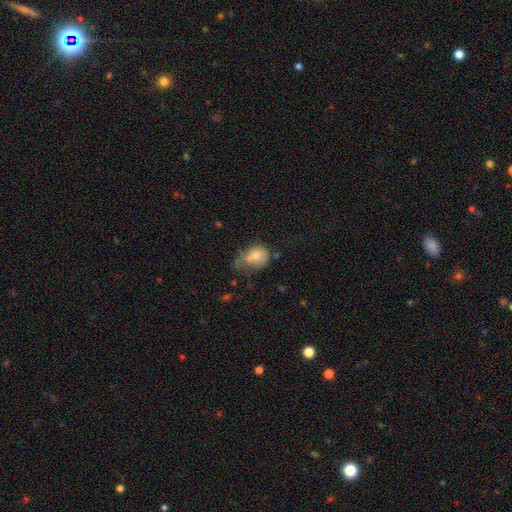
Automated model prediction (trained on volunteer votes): Morphology: type=smooth (64%); roundness=round (53%); merging=none (33%, tied with minor disturbance).